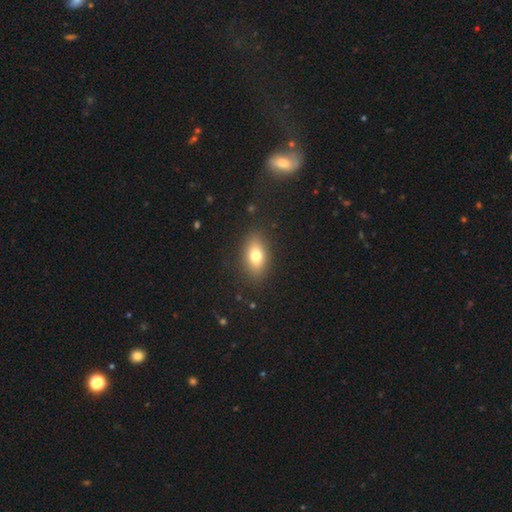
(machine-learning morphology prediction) smooth 74%, featured or disk 17%, star or artifact 10%. Down the decision tree: how rounded — in between (84%); merging — none (86%).